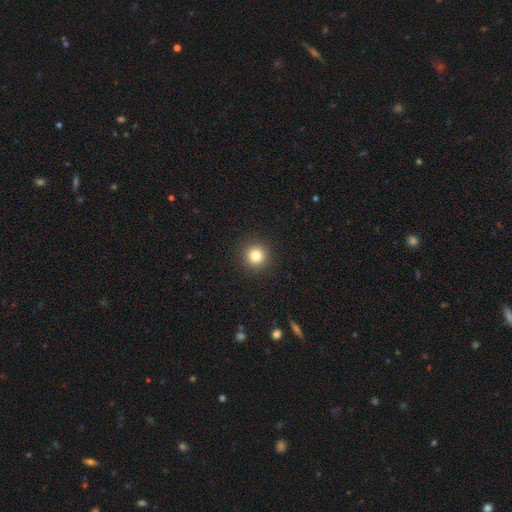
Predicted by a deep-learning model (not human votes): smooth 81%, star or artifact 13%, featured or disk 6%. Down the decision tree: how rounded — round (96%); merging — none (93%).